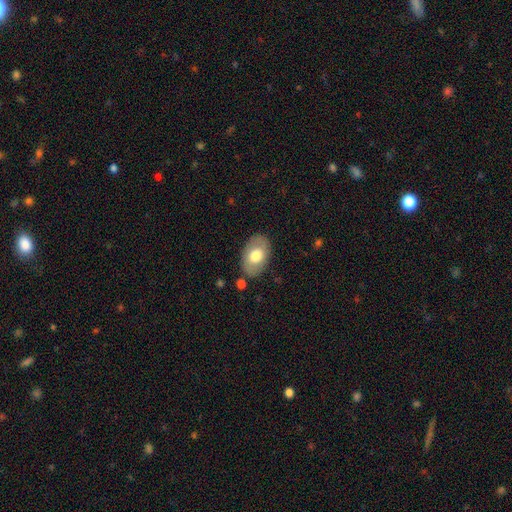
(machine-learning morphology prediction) Smooth or featured?
  - smooth: 66% *
  - featured or disk: 28%
  - star or artifact: 6%
How rounded?
  - in between: 89% *
  - round: 10%
  - cigar-shaped: 1%
Merging?
  - none: 82% *
  - minor disturbance: 12%
  - major disturbance: 3%
  - merger: 2%